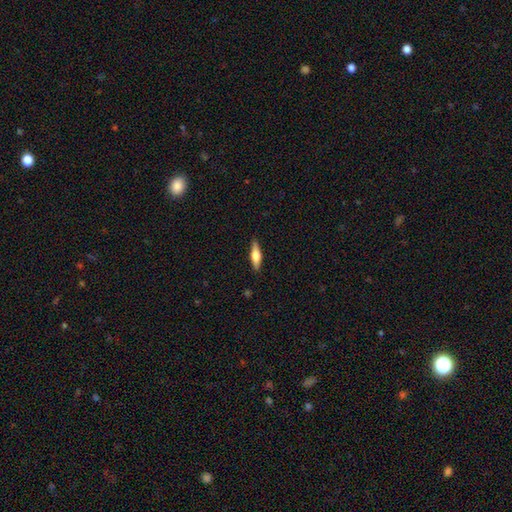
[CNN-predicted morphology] Smooth or featured? Predicted: smooth (p=0.51). How rounded? Predicted: cigar-shaped (p=0.61). Merging? Predicted: none (p=0.87).